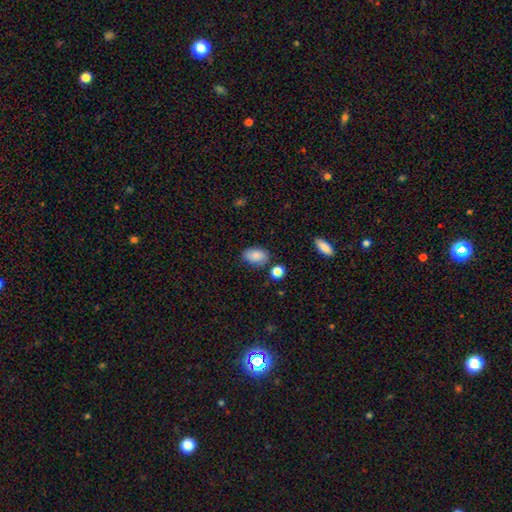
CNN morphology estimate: A smooth galaxy with no disk features (84%) that is in between round and cigar-shaped (89%).

Vote fractions:
- Smooth or featured? smooth: 84% / star or artifact: 8% / featured or disk: 8%
- How rounded? in between: 89% / round: 10% / cigar-shaped: 1%
- Merging? none: 75% / minor disturbance: 17% / merger: 5% / major disturbance: 4%